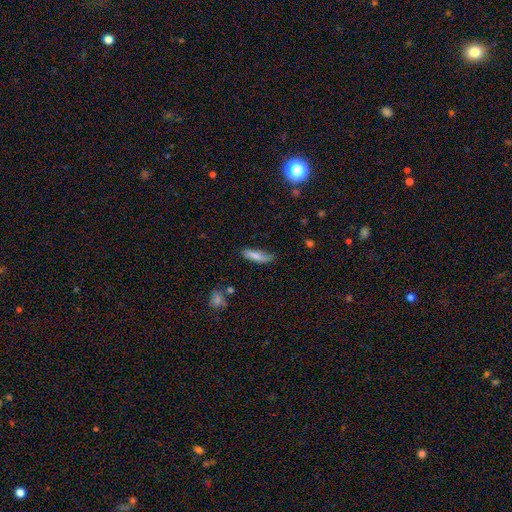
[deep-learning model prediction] A smooth galaxy with no disk features (77%) that is cigar-shaped (67%).

Vote fractions:
- Smooth or featured? smooth: 77% / featured or disk: 16% / star or artifact: 7%
- How rounded? cigar-shaped: 67% / in between: 31% / round: 2%
- Merging? none: 60% / minor disturbance: 29% / major disturbance: 8% / merger: 3%